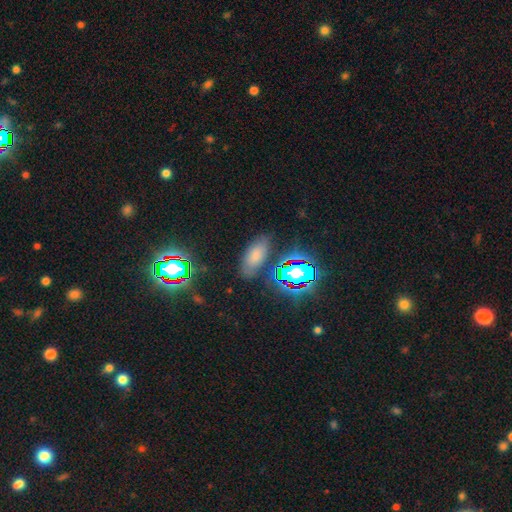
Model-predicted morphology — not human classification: Overall: smooth (65%). How rounded: in between (89%). Merging: none (80%).